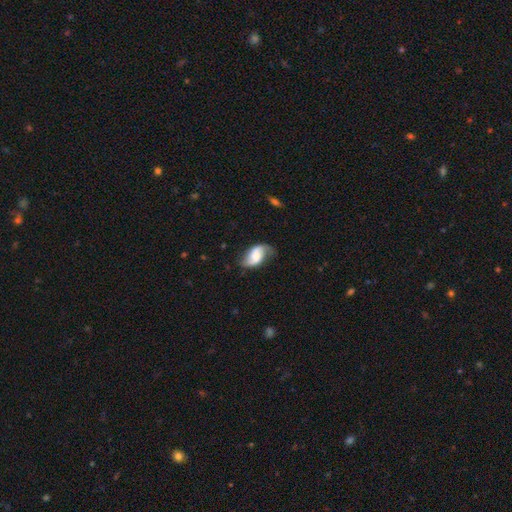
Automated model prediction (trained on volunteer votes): The model was most divided on "bar": no: 43%, weak: 40%, strong: 17%. Remaining: edge-on disk — no (96%); spiral arms — yes (92%); spiral arm count — 2 (86%); smooth or featured — featured or disk (67%); merging — none (62%); spiral winding — loose (60%); bulge size — moderate (30%).